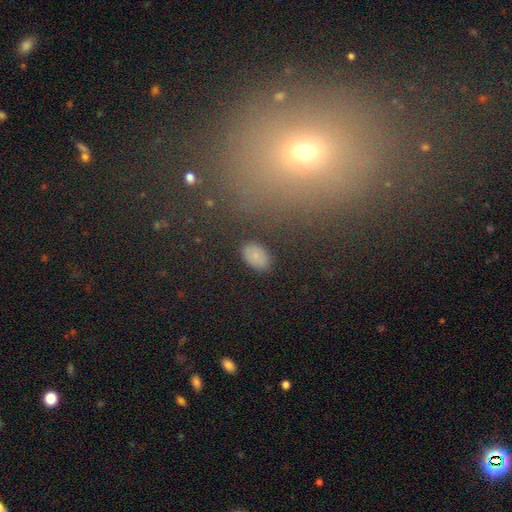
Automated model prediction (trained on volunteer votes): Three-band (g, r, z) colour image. It shows a smooth galaxy with no disk features (75%) that is in between round and cigar-shaped (90%). Merging: none (85%).